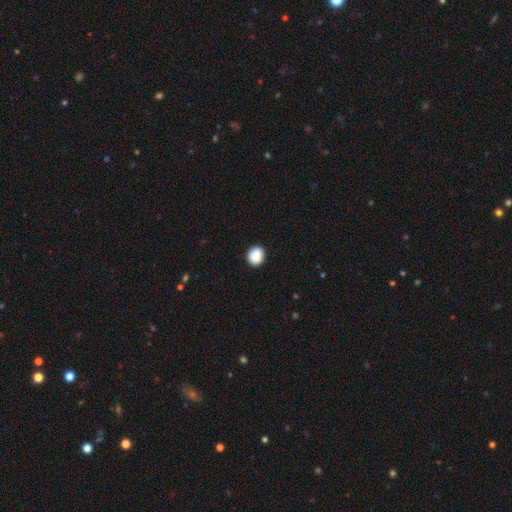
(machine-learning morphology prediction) Smooth or featured: smooth — 88% (star or artifact — 8%)
How rounded: round — 80% (in between — 19%)
Merging: none — 89% (minor disturbance — 8%)